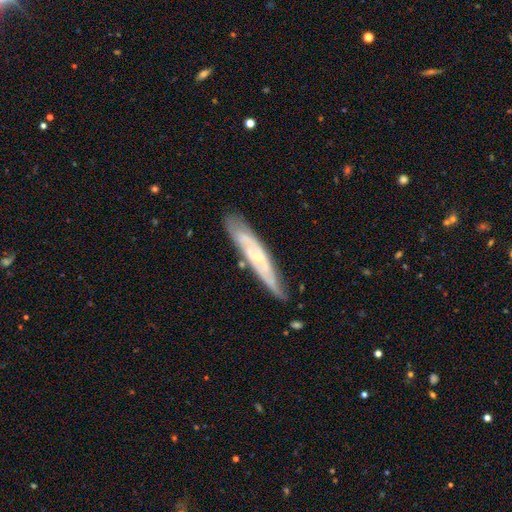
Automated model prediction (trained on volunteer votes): The model was most divided on "edge-on disk": yes: 53%, no: 47%. More confident: merging — none (70%); smooth or featured — featured or disk (69%).